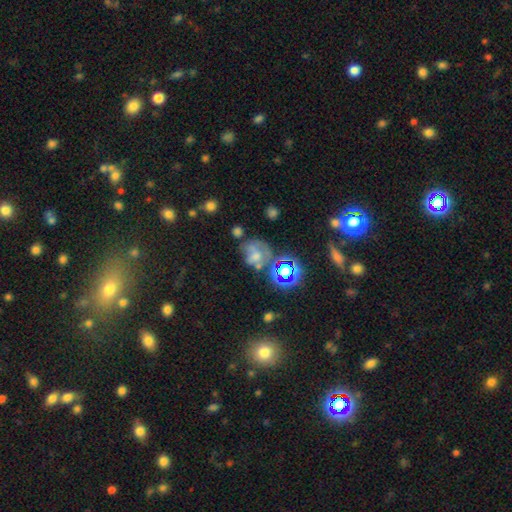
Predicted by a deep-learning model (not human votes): smooth 42%, star or artifact 30%, featured or disk 28%. Down the decision tree: merging — none (36%).